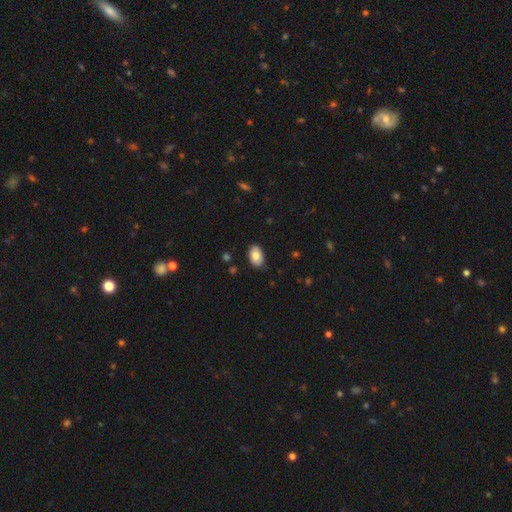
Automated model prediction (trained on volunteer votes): smooth-or-featured: smooth: 79% | featured or disk: 13% | star or artifact: 7%
  how-rounded: in between: 89% | round: 10% | cigar-shaped: 1%
  merging: none: 84% | minor disturbance: 12% | major disturbance: 2% | merger: 1%